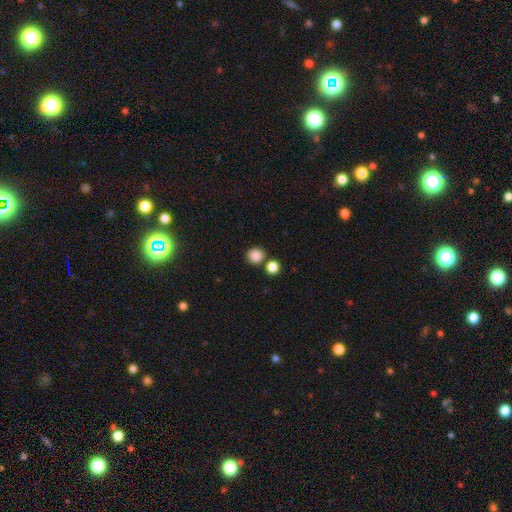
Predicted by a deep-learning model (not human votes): smooth-or-featured: smooth: 86% | star or artifact: 10% | featured or disk: 4%
  how-rounded: round: 89% | in between: 10% | cigar-shaped: 1%
  merging: none: 73% | merger: 16% | minor disturbance: 8% | major disturbance: 3%